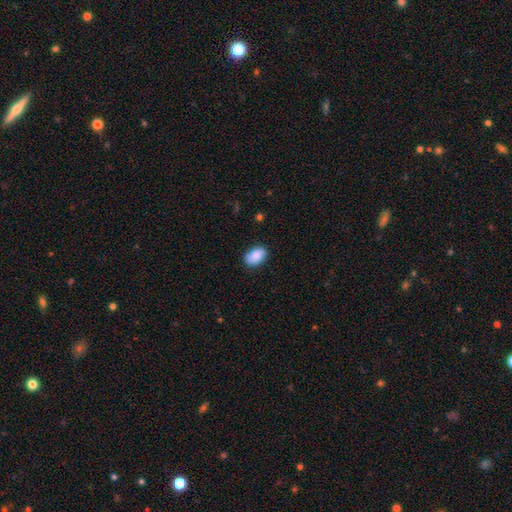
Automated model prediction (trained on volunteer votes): Smooth or featured? smooth (88%)
How rounded? in between (87%)
Merging? none (82%)